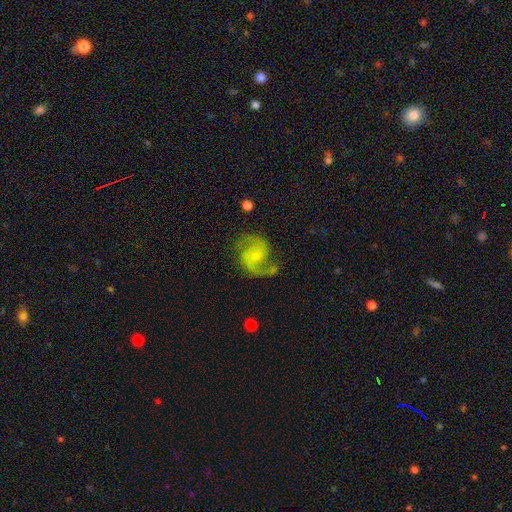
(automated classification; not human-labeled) Q: Smooth or featured?
A: featured or disk (88%); runner-up: smooth (7%)
Q: Edge-on disk?
A: no (98%); runner-up: yes (2%)
Q: Bar?
A: no (55%); runner-up: weak (38%)
Q: Spiral arms?
A: yes (97%); runner-up: no (3%)
Q: Spiral winding?
A: medium (56%); runner-up: loose (31%)
Q: Spiral arm count?
A: 2 (92%); runner-up: 1 (3%)
Q: Bulge size?
A: small (61%); runner-up: moderate (23%)
Q: Merging?
A: none (71%); runner-up: minor disturbance (16%)